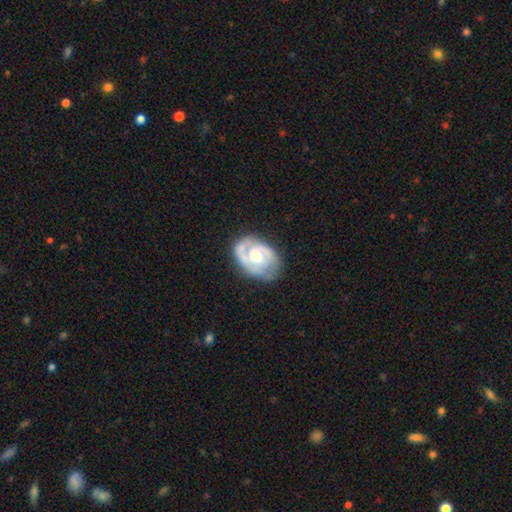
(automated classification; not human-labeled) This appears to be a featured or disk galaxy (80%) with no bar (53%), 2 (57%) tight (50%) spiral arms (88%) and a moderate central bulge (66%). Merging: none (63%).